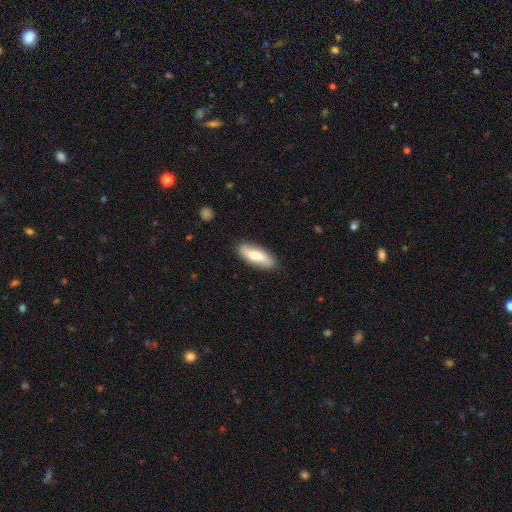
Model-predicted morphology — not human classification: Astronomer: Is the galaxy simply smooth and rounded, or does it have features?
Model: smooth — 74%.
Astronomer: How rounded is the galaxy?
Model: in between — 61% (runner-up: cigar-shaped, 37%).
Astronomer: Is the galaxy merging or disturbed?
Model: none — 86%.